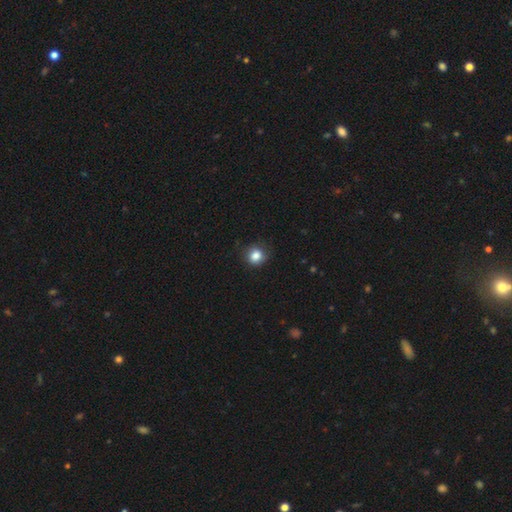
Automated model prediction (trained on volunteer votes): Smooth or featured? Predicted: smooth (p=0.84). How rounded? Predicted: round (p=0.83). Merging? Predicted: none (p=0.78).